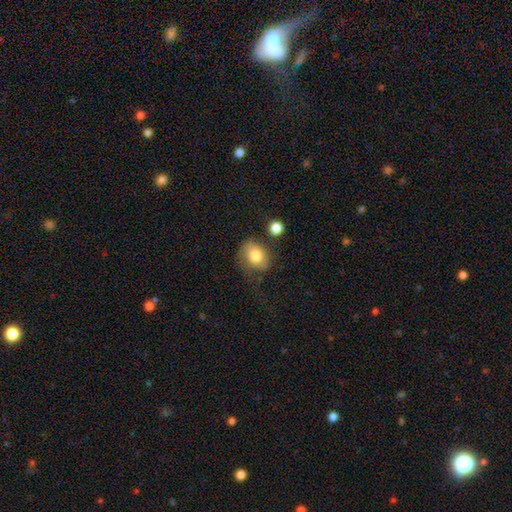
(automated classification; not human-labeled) This is likely a smooth galaxy (79%). How rounded: possibly round (52%). Merging: possibly none (58%).